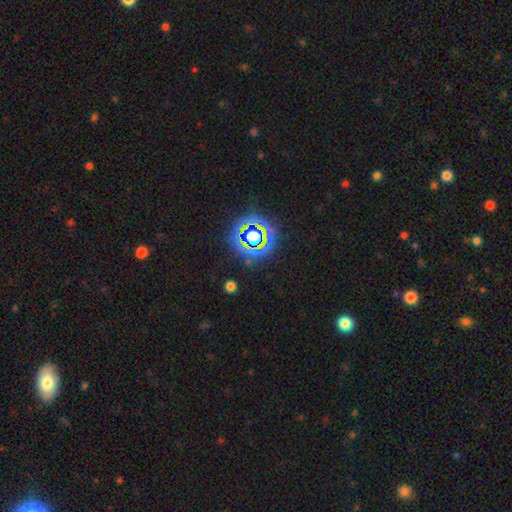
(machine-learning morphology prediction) This is likely a star or artifact rather than a galaxy (78%).